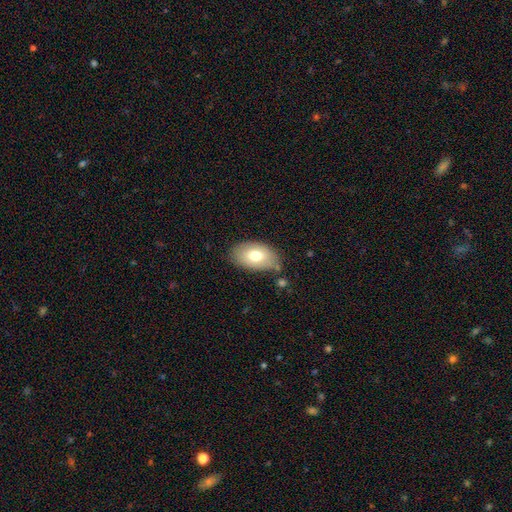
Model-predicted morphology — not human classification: This appears to be a smooth galaxy with no disk features (72%) that is in between round and cigar-shaped (92%). Merging: none (73%).